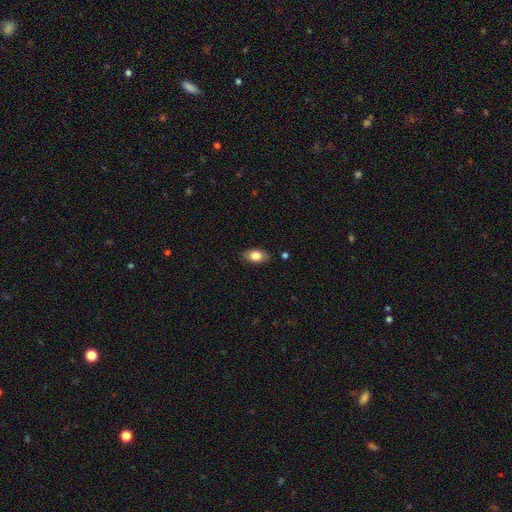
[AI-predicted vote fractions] smooth_or_featured: smooth (p=0.82) [alt: featured or disk p=0.11]
how_rounded: in between (p=0.89) [alt: round p=0.08]
merging: none (p=0.84) [alt: minor disturbance p=0.12]